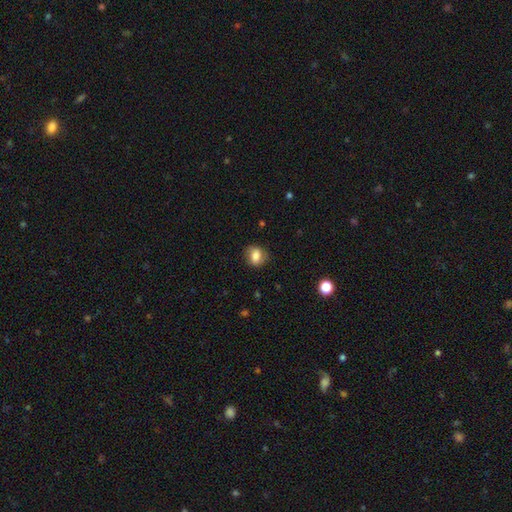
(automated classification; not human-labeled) Smooth or featured: smooth — 76% (featured or disk — 15%)
How rounded: in between — 55% (round — 44%)
Merging: none — 76% (minor disturbance — 17%)